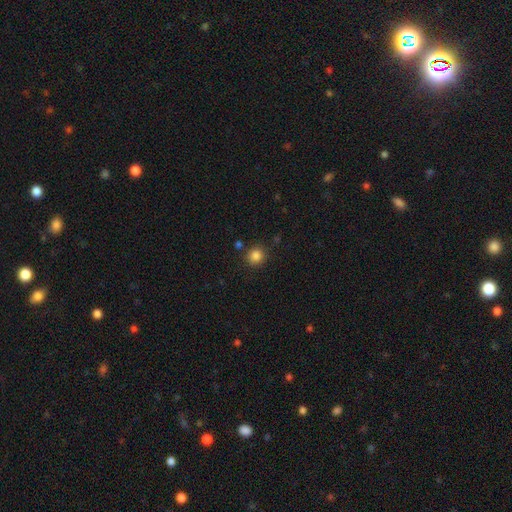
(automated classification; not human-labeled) Morphology: type=smooth (84%); roundness=round (87%); merging=none (85%).